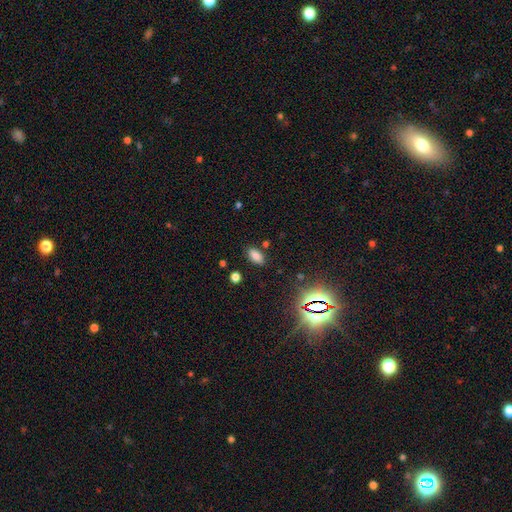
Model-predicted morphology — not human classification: This appears to be a smooth galaxy with no disk features (78%) that is in between round and cigar-shaped (90%). Merging: none (84%).